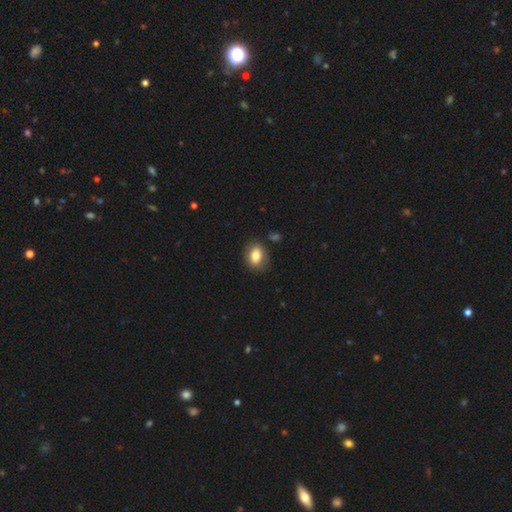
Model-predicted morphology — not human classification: Smooth or featured? Predicted: smooth (p=0.81). How rounded? Predicted: in between (p=0.74). Merging? Predicted: none (p=0.82).